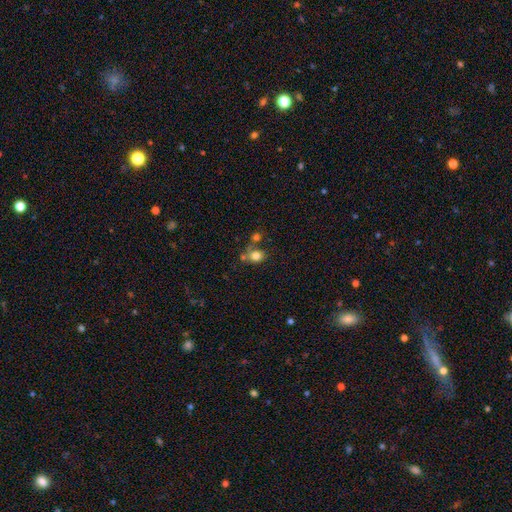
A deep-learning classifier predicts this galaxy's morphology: This is likely a smooth galaxy (79%). How rounded: possibly round (56%). Merging: possibly none (53%).